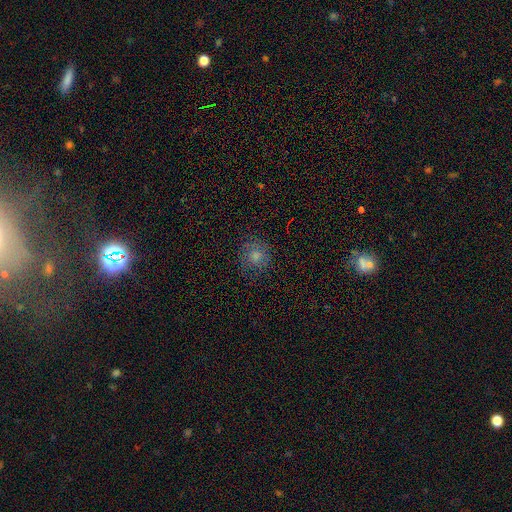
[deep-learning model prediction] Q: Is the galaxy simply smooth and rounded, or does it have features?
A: smooth — 56%.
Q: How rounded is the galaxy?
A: round — 87%.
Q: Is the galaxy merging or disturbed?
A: none — 81%.